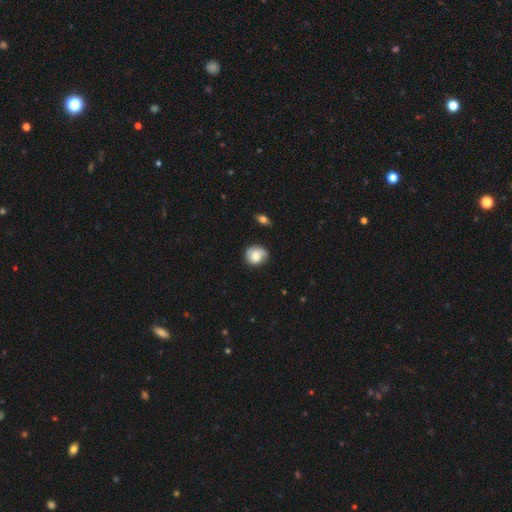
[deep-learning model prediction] A smooth galaxy with no disk features (61%) that is round (76%). Merging: none (64%).